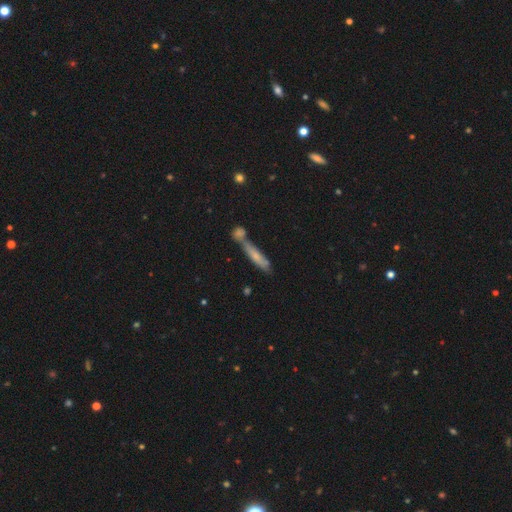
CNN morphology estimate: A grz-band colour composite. It shows a smooth galaxy with no disk features (59%) that is cigar-shaped (86%). Merging: none (47%).